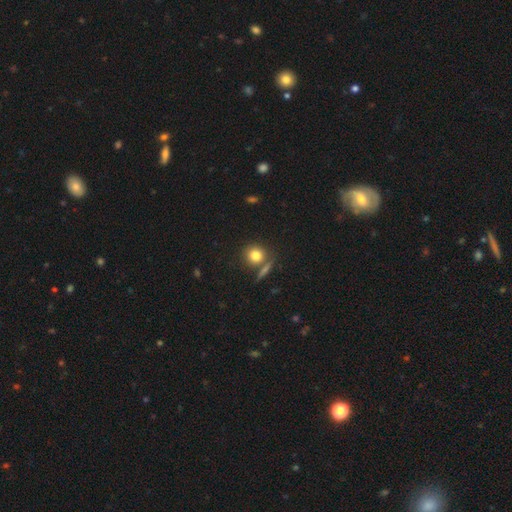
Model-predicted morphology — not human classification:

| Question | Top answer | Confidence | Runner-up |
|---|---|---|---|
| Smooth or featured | smooth | 79% | star or artifact (11%) |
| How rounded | round | 85% | in between (13%) |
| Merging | none | 69% | merger (17%) |